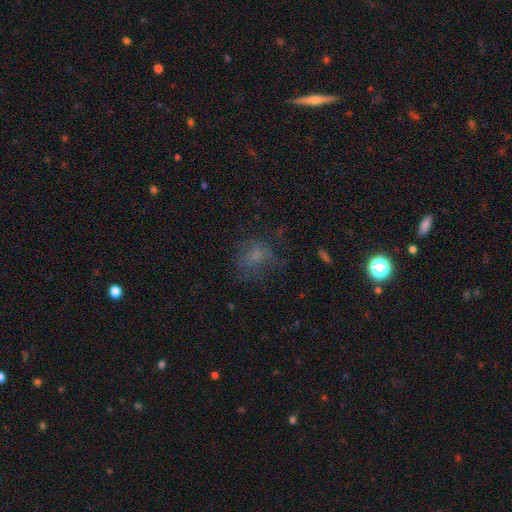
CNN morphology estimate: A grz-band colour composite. It shows a smooth galaxy with no disk features (57%) that is in between round and cigar-shaped (52%). Merging: none (52%).